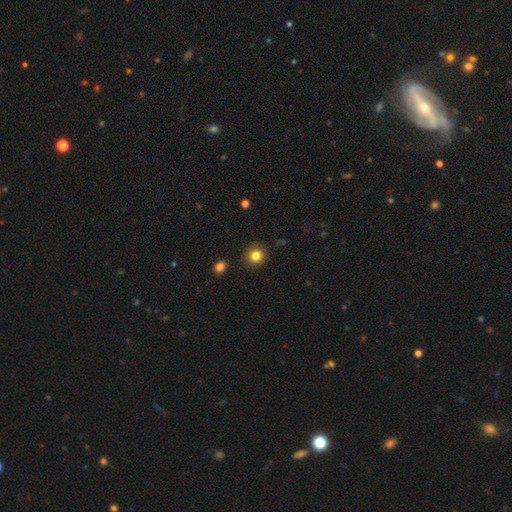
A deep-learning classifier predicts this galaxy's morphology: smooth 82%, star or artifact 12%, featured or disk 6%. Down the decision tree: how rounded — round (90%); merging — none (89%).